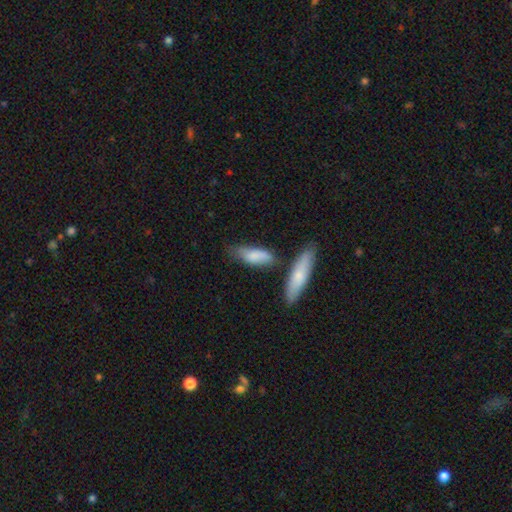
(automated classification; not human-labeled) Smooth or featured?
  - smooth: 78% *
  - featured or disk: 16%
  - star or artifact: 6%
How rounded?
  - in between: 60% *
  - cigar-shaped: 37%
  - round: 3%
Merging?
  - none: 54% *
  - minor disturbance: 24%
  - merger: 15%
  - major disturbance: 7%